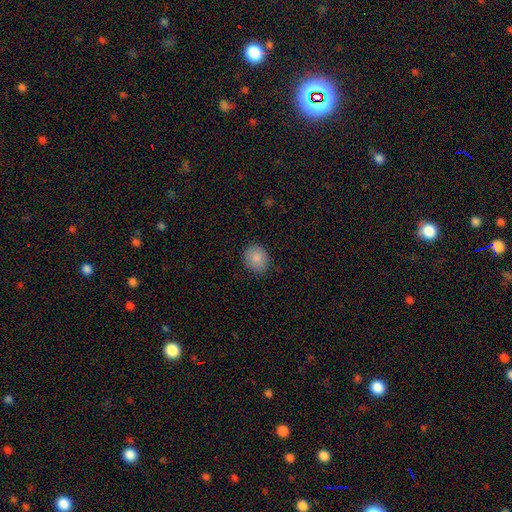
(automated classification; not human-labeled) This is clearly a smooth galaxy (87%). How rounded: likely round (65%). Merging: clearly none (87%).